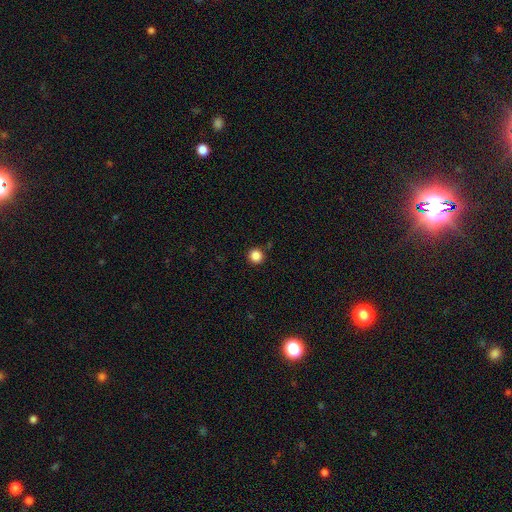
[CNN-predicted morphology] The model was most divided on "smooth or featured": smooth: 86%, star or artifact: 11%, featured or disk: 3%. More confident: how rounded — round (95%); merging — none (89%).